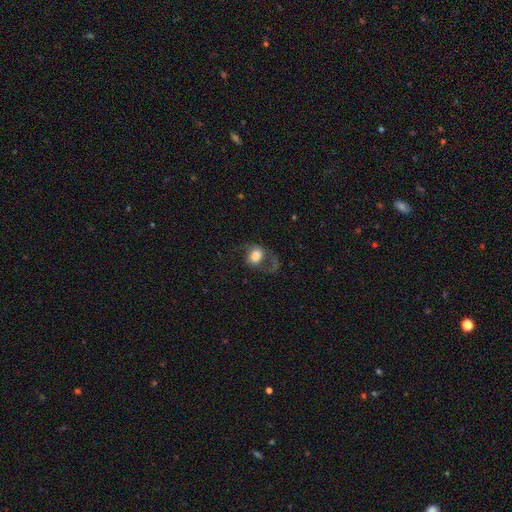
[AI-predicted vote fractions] Smooth or featured? Predicted: smooth (p=0.55). How rounded? Predicted: round (p=0.55). Merging? Predicted: major disturbance (p=0.44).